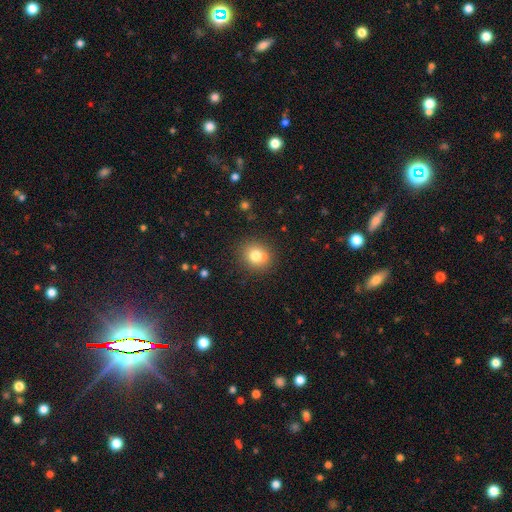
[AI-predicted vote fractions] smooth_or_featured: smooth (p=0.77) [alt: star or artifact p=0.12]
how_rounded: round (p=0.76) [alt: in between p=0.23]
merging: none (p=0.77) [alt: minor disturbance p=0.13]